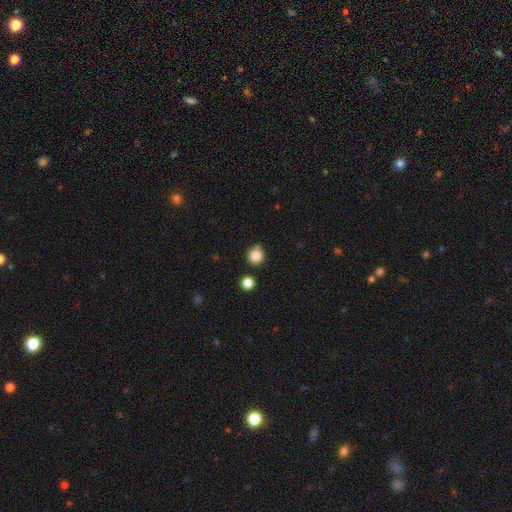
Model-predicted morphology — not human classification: This appears to be a smooth galaxy with no disk features (85%) that is round (94%). Merging: none (81%).